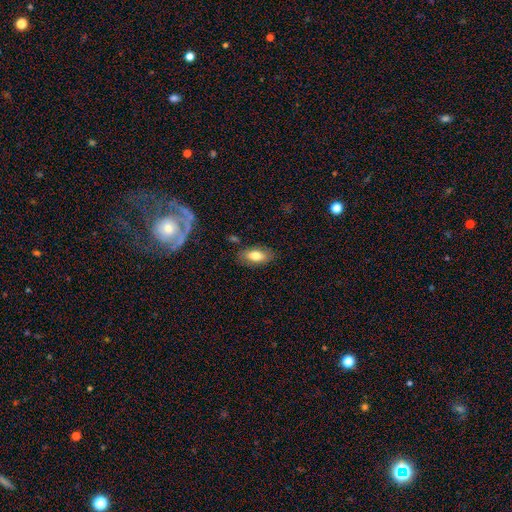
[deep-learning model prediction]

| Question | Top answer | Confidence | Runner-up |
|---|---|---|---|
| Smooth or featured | smooth | 75% | featured or disk (17%) |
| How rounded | in between | 89% | cigar-shaped (7%) |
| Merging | none | 81% | minor disturbance (14%) |